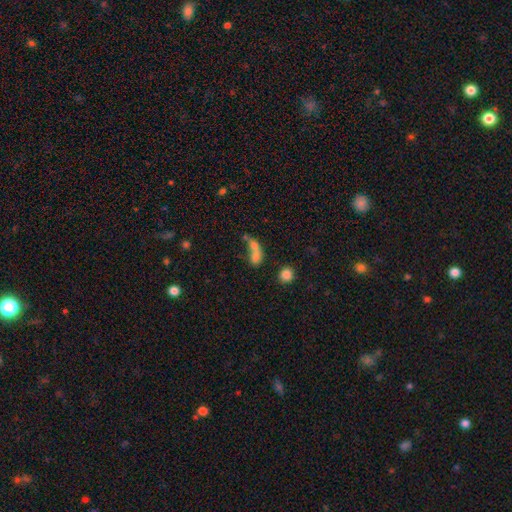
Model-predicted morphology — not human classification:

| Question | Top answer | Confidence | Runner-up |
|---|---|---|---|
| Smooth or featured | smooth | 67% | featured or disk (19%) |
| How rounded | in between | 66% | round (24%) |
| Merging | merger | 59% | none (21%) |